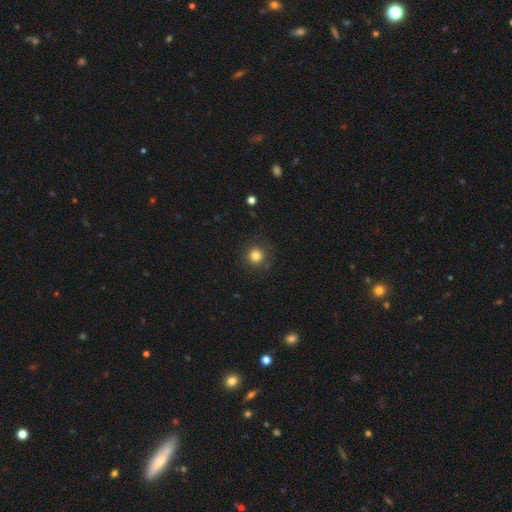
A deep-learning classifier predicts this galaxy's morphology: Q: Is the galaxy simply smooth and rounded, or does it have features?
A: smooth — 82%.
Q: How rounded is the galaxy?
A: round — 94%.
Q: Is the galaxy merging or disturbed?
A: none — 88%.